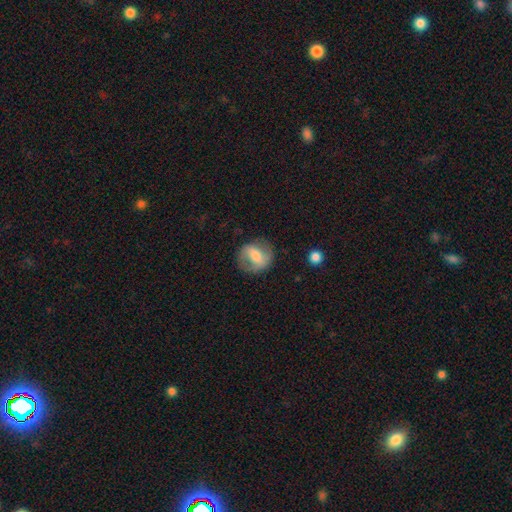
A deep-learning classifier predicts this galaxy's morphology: This is possibly a featured or disk galaxy (49%). Merging: likely none (75%).